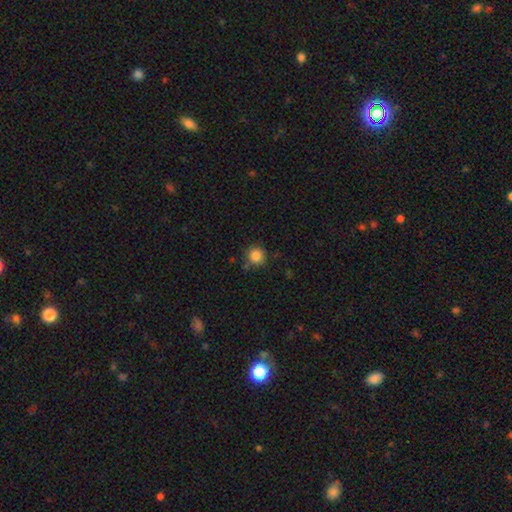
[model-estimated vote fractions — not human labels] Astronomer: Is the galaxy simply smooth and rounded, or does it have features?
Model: smooth — 85%.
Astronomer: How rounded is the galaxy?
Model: round — 92%.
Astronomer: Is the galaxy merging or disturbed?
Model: none — 78%.